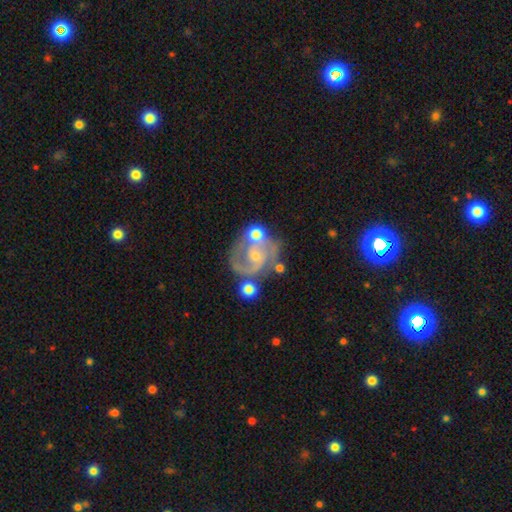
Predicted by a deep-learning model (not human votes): This appears to be a featured or disk galaxy (86%) with no bar (53%), 2 (73%) medium (49%) spiral arms (95%) and a small central bulge (71%). Merging: none (55%).